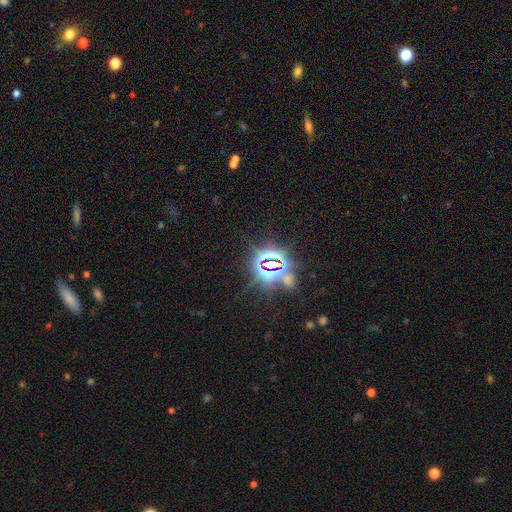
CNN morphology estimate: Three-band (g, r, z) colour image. It shows a star or artifact, not a galaxy (80%).